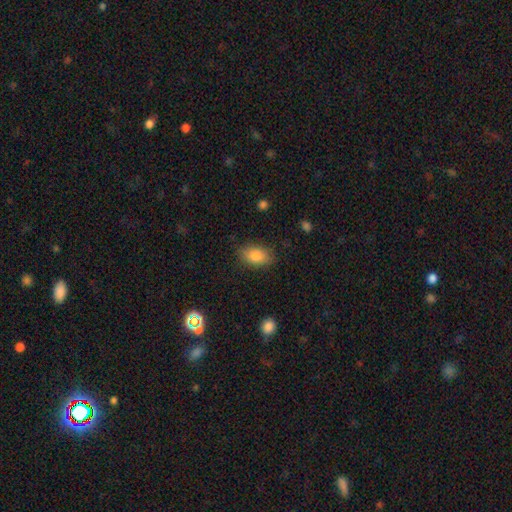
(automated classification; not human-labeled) The model was most divided on "merging": none: 82%, minor disturbance: 13%, major disturbance: 3%, merger: 1%. More confident: how rounded — in between (88%); smooth or featured — smooth (85%).